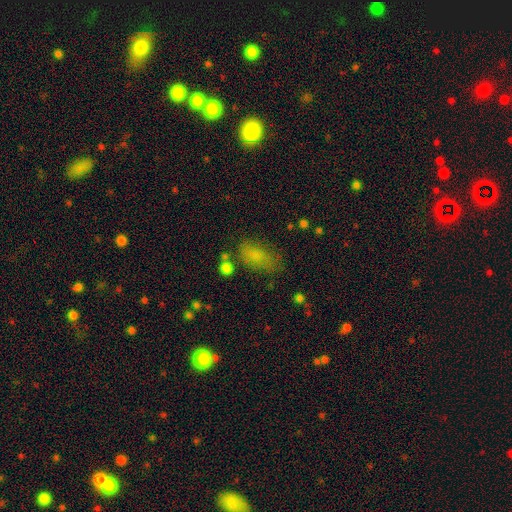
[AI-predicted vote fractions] A smooth galaxy with no disk features (77%) that is in between round and cigar-shaped (88%).

Vote fractions:
- Smooth or featured? smooth: 77% / star or artifact: 12% / featured or disk: 11%
- How rounded? in between: 88% / cigar-shaped: 6% / round: 6%
- Merging? none: 59% / minor disturbance: 25% / major disturbance: 12% / merger: 5%